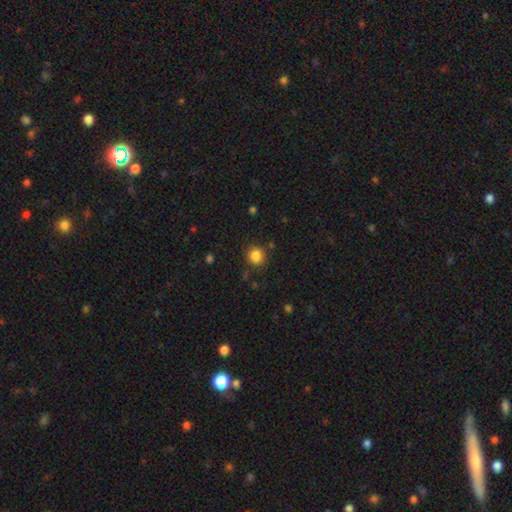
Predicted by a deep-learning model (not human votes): A smooth galaxy with no disk features (85%) that is round (87%). Merging: none (85%).